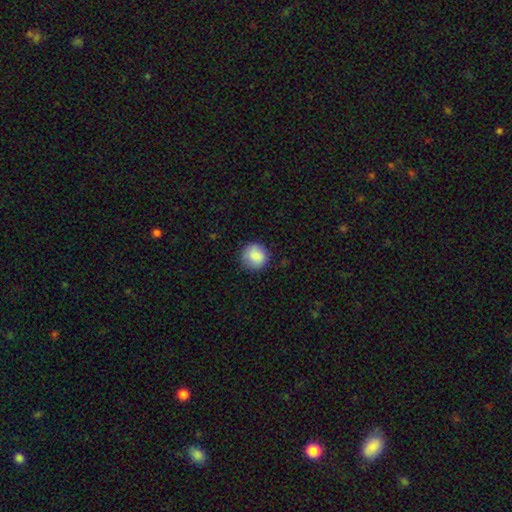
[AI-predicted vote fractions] A smooth galaxy with no disk features (87%) that is round (91%).

Vote fractions:
- Smooth or featured? smooth: 87% / star or artifact: 8% / featured or disk: 5%
- How rounded? round: 91% / in between: 8% / cigar-shaped: 1%
- Merging? none: 85% / minor disturbance: 12% / major disturbance: 3% / merger: 1%